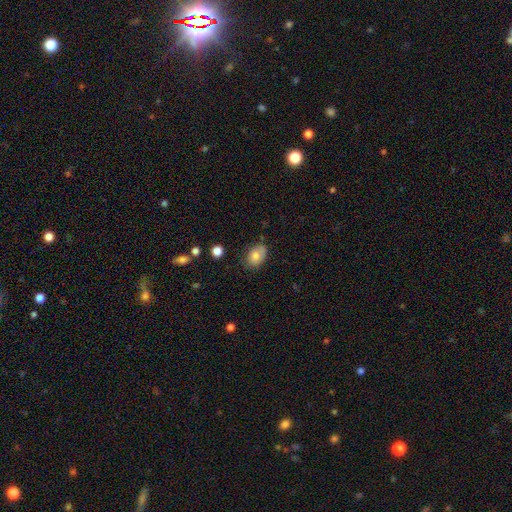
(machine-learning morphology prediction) Q: Smooth or featured?
A: smooth (75%); runner-up: featured or disk (17%)
Q: How rounded?
A: in between (82%); runner-up: round (17%)
Q: Merging?
A: none (69%); runner-up: minor disturbance (24%)